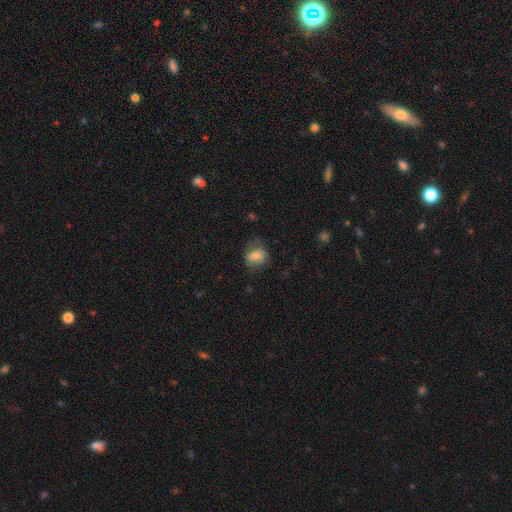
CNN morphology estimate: Q: Smooth or featured?
A: smooth (73%); runner-up: featured or disk (17%)
Q: How rounded?
A: round (57%); runner-up: in between (42%)
Q: Merging?
A: none (67%); runner-up: minor disturbance (22%)